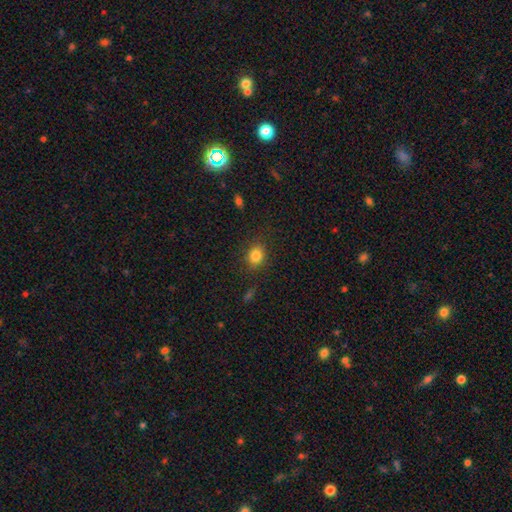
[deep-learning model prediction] smooth_or_featured: smooth (p=0.83) [alt: star or artifact p=0.11]
how_rounded: round (p=0.61) [alt: in between p=0.38]
merging: none (p=0.83) [alt: minor disturbance p=0.12]